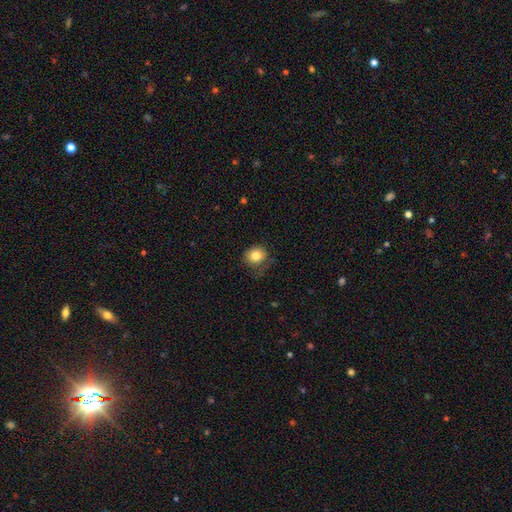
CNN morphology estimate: Overall: smooth (81%). How rounded: round (77%). Merging: none (71%).